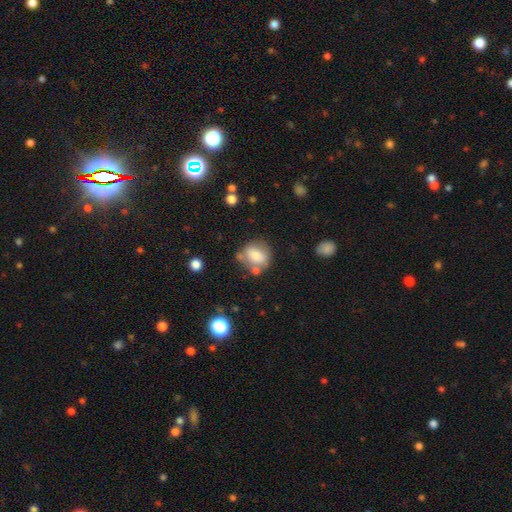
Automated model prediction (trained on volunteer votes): Smooth or featured?
  - smooth: 69% *
  - featured or disk: 22%
  - star or artifact: 9%
How rounded?
  - round: 67% *
  - in between: 31%
  - cigar-shaped: 1%
Merging?
  - none: 55% *
  - minor disturbance: 22%
  - merger: 15%
  - major disturbance: 9%